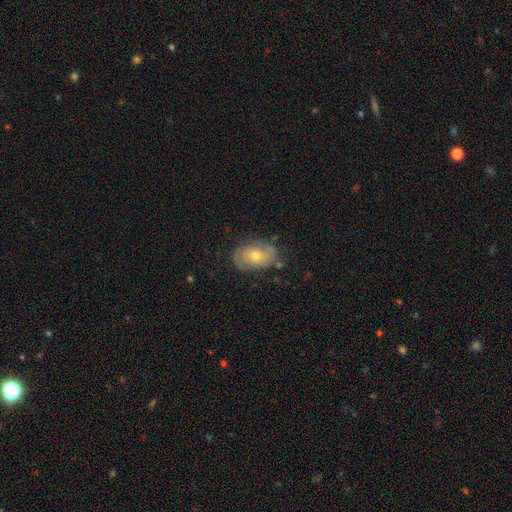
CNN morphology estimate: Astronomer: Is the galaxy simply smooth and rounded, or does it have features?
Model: featured or disk — 66%.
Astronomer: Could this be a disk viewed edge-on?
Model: no — 95%.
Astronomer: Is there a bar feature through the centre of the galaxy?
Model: no — 78%.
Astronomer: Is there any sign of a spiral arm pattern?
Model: yes — 79%.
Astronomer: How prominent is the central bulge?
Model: moderate — 55% (runner-up: small, 40%).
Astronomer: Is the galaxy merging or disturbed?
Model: none — 72%.